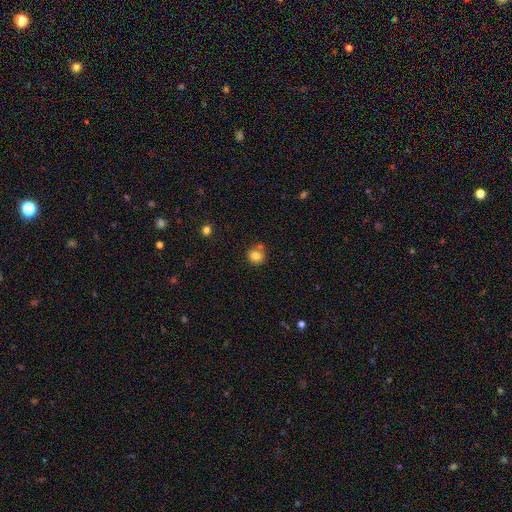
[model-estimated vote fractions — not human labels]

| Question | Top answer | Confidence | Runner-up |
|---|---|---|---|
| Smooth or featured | smooth | 82% | star or artifact (11%) |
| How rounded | round | 82% | in between (17%) |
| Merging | none | 69% | merger (16%) |